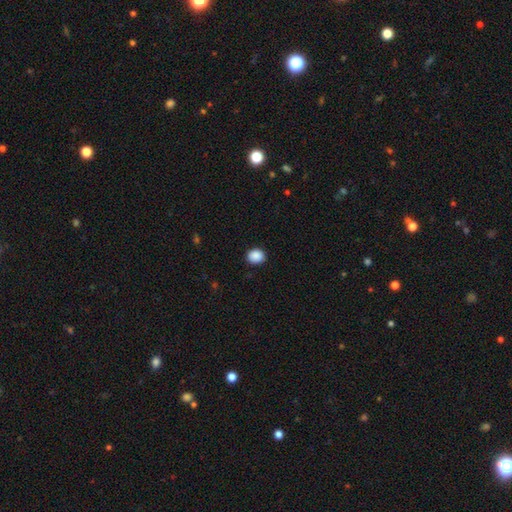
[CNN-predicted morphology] Smooth or featured: smooth — 89% (star or artifact — 8%)
How rounded: round — 66% (in between — 33%)
Merging: none — 90% (minor disturbance — 7%)